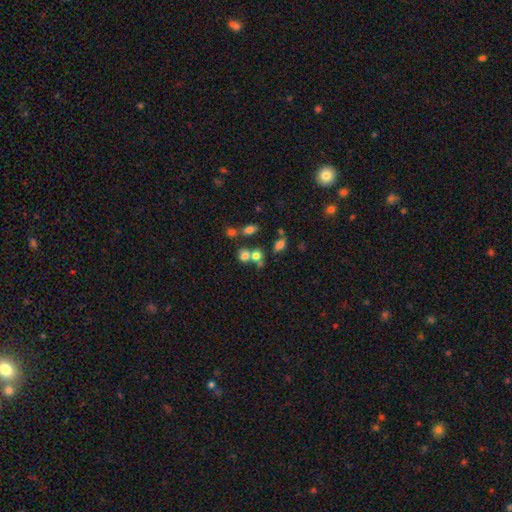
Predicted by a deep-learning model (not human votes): Q: Smooth or featured?
A: smooth (71%); runner-up: star or artifact (16%)
Q: How rounded?
A: round (60%); runner-up: in between (38%)
Q: Merging?
A: merger (42%); runner-up: none (41%)